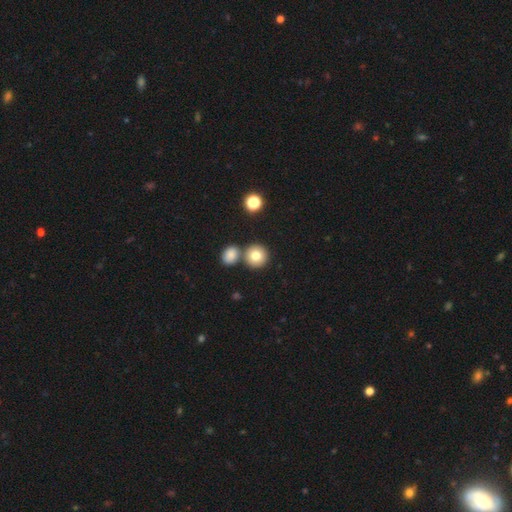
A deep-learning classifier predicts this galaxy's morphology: The model was most divided on "merging": none: 73%, merger: 18%, minor disturbance: 7%, major disturbance: 2%. More confident: how rounded — round (91%); smooth or featured — smooth (80%).